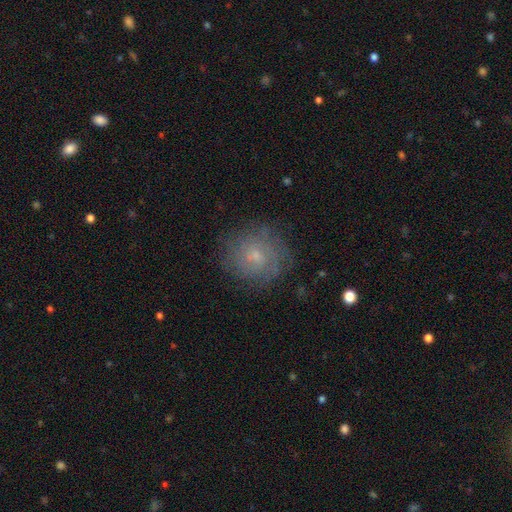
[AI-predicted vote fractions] Morphology: type=featured or disk (50%); merging=none (77%).